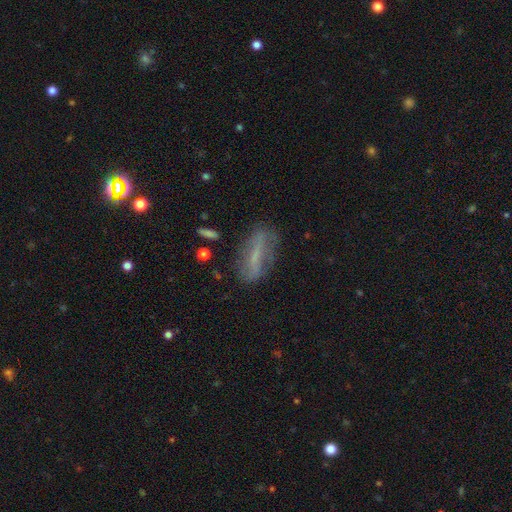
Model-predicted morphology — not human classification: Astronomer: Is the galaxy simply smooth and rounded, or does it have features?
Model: featured or disk — 47% (runner-up: smooth, 42%).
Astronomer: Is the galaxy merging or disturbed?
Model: none — 70%.